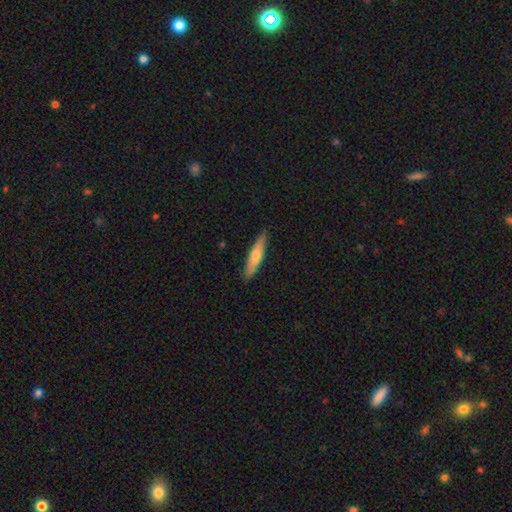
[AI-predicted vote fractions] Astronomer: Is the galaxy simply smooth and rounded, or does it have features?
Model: smooth — 62%.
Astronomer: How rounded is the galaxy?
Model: cigar-shaped — 81%.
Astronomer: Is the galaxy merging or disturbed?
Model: none — 86%.